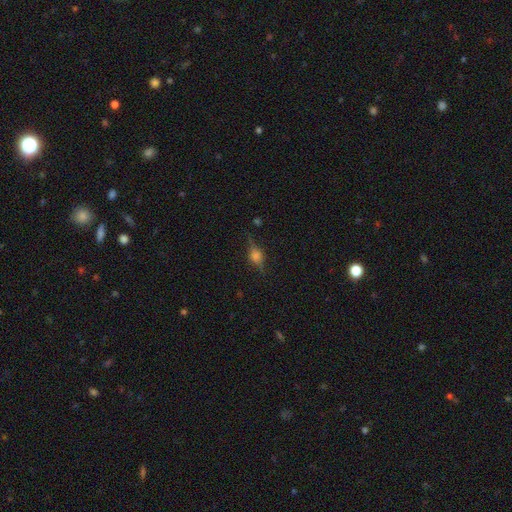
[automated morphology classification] Smooth or featured? Predicted: featured or disk (p=0.63). Edge-on disk? Predicted: yes (p=0.95). Edge-on bulge? Predicted: rounded (p=0.90). Merging? Predicted: none (p=0.80).